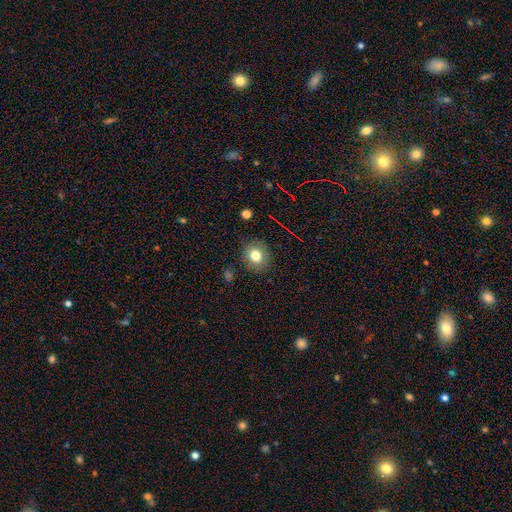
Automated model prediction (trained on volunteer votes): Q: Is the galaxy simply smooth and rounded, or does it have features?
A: smooth — 77%.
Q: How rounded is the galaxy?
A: round — 82%.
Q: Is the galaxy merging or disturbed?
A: none — 86%.